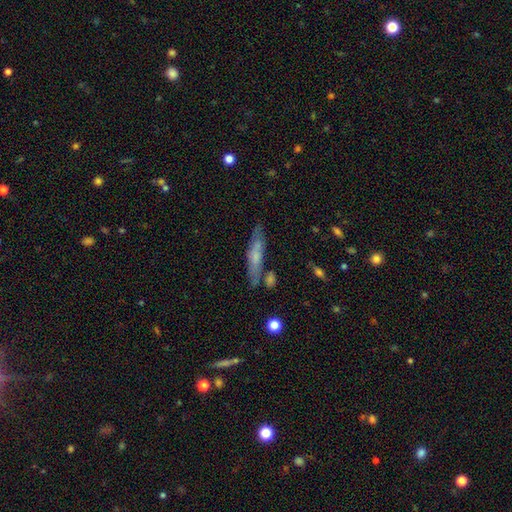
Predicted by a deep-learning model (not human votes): A smooth galaxy with no disk features (48%). Merging: none (72%).